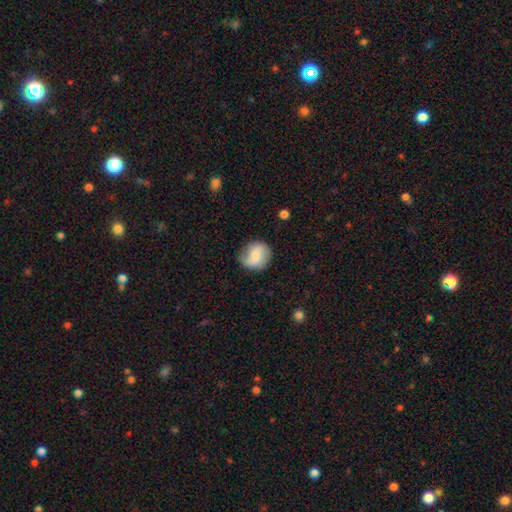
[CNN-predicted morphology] Smooth or featured: smooth — 55% (featured or disk — 38%)
How rounded: round — 82% (in between — 17%)
Merging: none — 71% (minor disturbance — 20%)